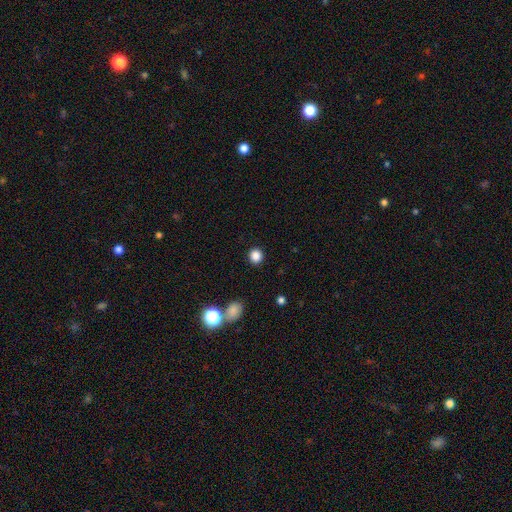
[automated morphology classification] smooth-or-featured: smooth: 86% | star or artifact: 11% | featured or disk: 3%
  how-rounded: round: 90% | in between: 9% | cigar-shaped: 1%
  merging: none: 91% | minor disturbance: 5% | major disturbance: 2% | merger: 2%